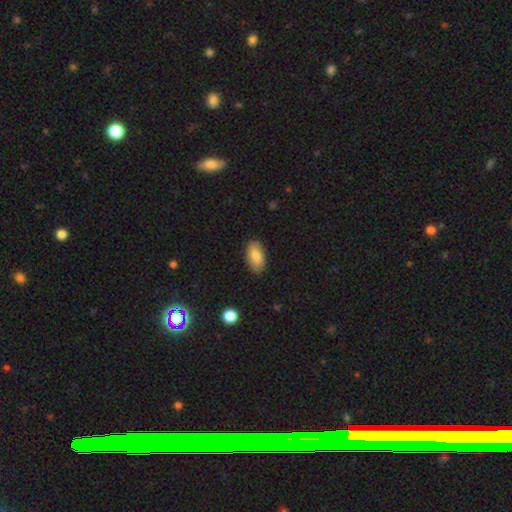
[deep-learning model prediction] A smooth galaxy with no disk features (82%) that is in between round and cigar-shaped (93%). Merging: none (86%).